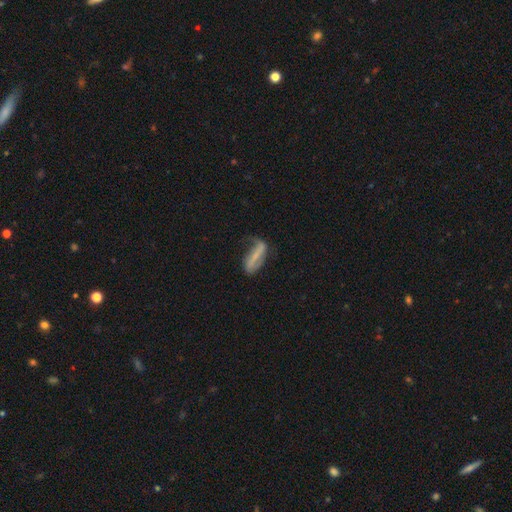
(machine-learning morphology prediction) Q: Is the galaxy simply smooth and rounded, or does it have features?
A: featured or disk — 58%.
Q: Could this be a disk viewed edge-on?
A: no — 82%.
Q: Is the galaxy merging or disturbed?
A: none — 43%.